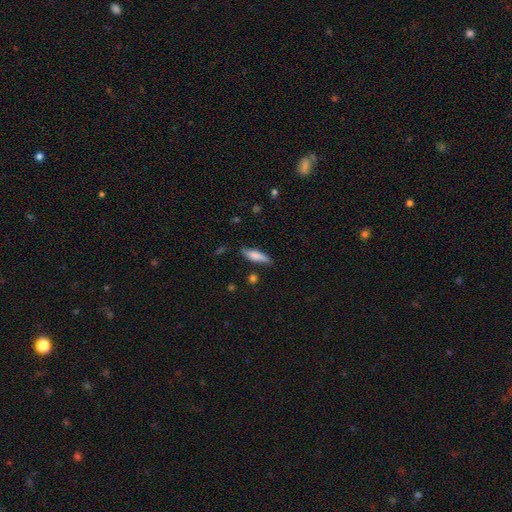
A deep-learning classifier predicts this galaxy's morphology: Q: Smooth or featured?
A: smooth (75%); runner-up: featured or disk (18%)
Q: How rounded?
A: cigar-shaped (55%); runner-up: in between (43%)
Q: Merging?
A: none (75%); runner-up: minor disturbance (19%)